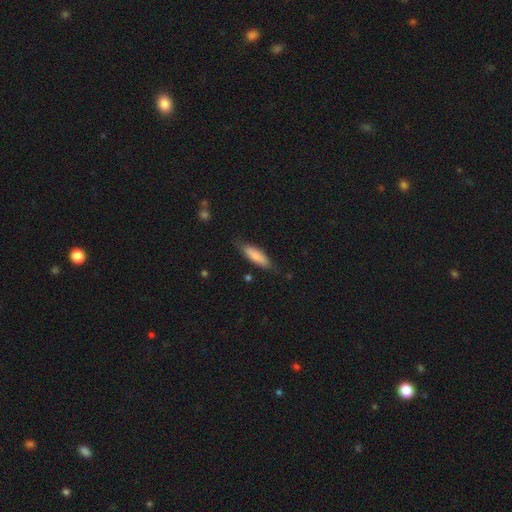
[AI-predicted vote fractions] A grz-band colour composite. It shows a smooth galaxy with no disk features (82%) that is cigar-shaped (55%). Merging: none (76%).